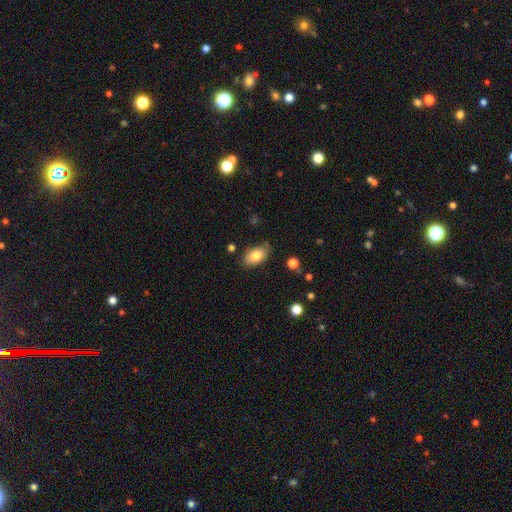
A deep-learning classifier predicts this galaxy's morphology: This is clearly a smooth galaxy (82%). How rounded: clearly in between (92%). Merging: likely none (77%).